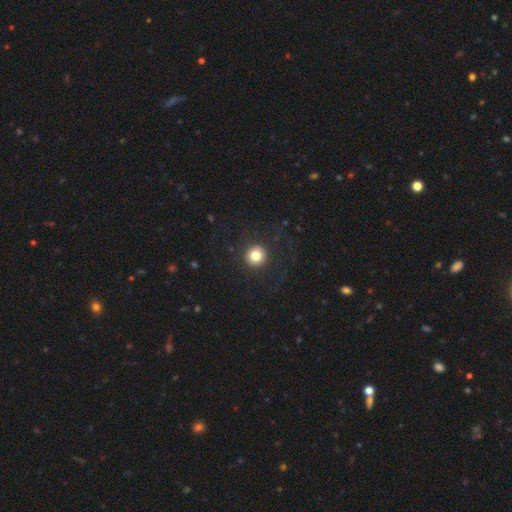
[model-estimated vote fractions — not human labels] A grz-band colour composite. It shows a smooth galaxy with no disk features (80%) that is round (94%). Merging: none (89%).